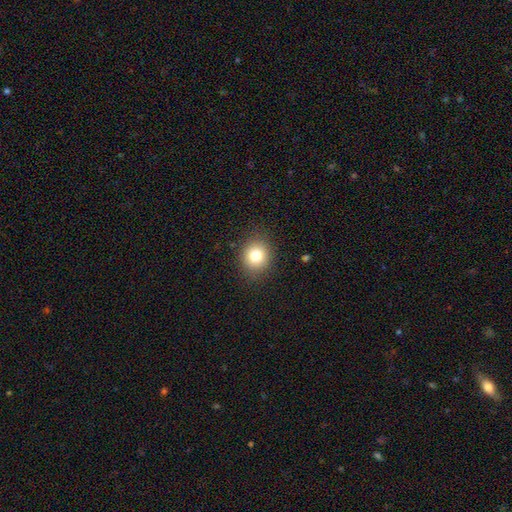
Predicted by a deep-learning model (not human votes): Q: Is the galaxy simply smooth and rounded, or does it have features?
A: smooth — 80%.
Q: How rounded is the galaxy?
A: round — 77%.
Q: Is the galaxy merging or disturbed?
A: none — 88%.